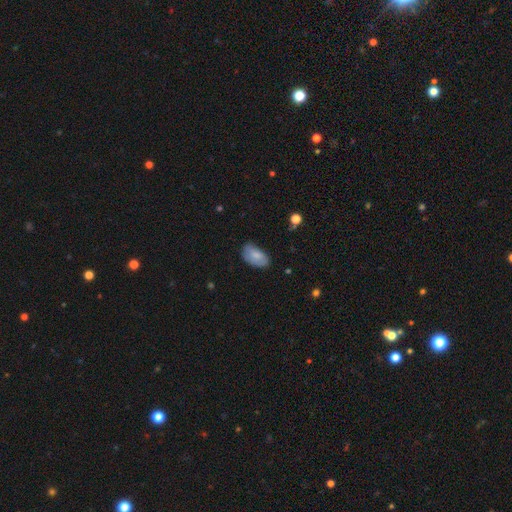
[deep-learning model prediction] Q: Smooth or featured?
A: smooth (76%); runner-up: featured or disk (18%)
Q: How rounded?
A: in between (93%); runner-up: round (5%)
Q: Merging?
A: none (69%); runner-up: minor disturbance (24%)